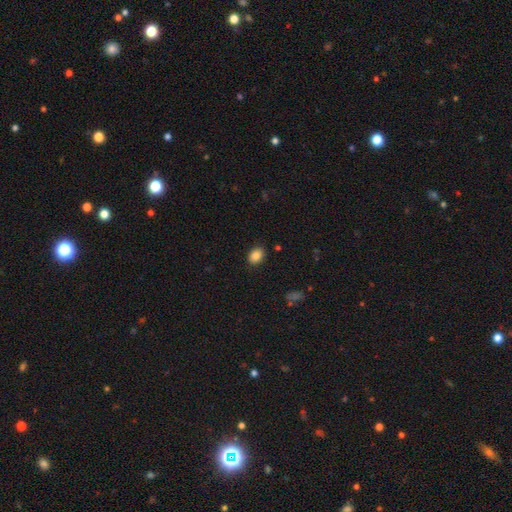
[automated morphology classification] Smooth or featured?
  - smooth: 86% *
  - star or artifact: 9%
  - featured or disk: 5%
How rounded?
  - in between: 64% *
  - round: 35%
  - cigar-shaped: 1%
Merging?
  - none: 87% *
  - minor disturbance: 9%
  - major disturbance: 2%
  - merger: 1%